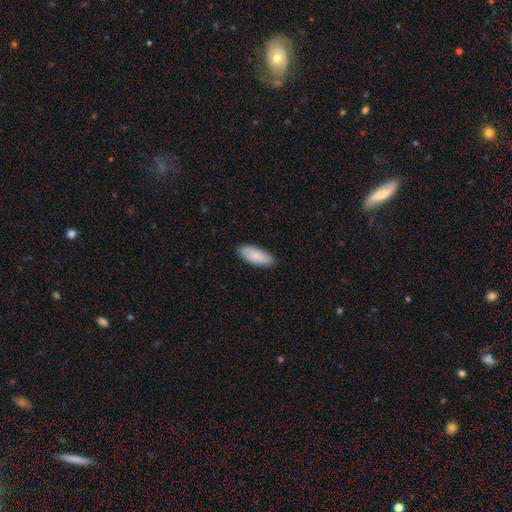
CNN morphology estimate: Smooth or featured?
  - smooth: 86% *
  - featured or disk: 9%
  - star or artifact: 5%
How rounded?
  - in between: 82% *
  - cigar-shaped: 17%
  - round: 2%
Merging?
  - none: 86% *
  - minor disturbance: 11%
  - major disturbance: 2%
  - merger: 1%